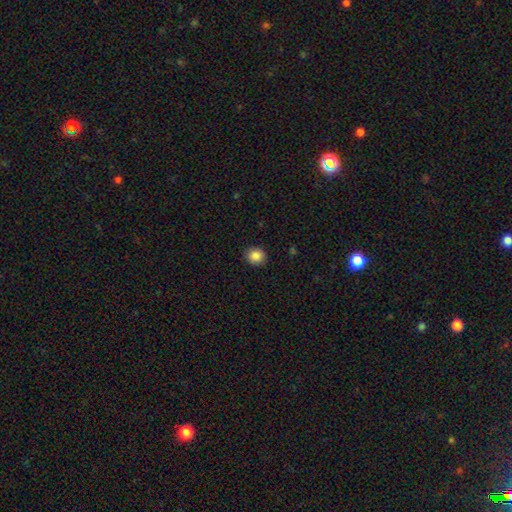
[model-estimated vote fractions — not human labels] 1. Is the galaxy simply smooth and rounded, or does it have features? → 86% smooth, 9% star or artifact, 5% featured or disk.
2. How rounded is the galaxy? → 84% round, 16% in between, 1% cigar-shaped.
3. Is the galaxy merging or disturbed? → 91% none, 6% minor disturbance, 2% major disturbance, 1% merger.